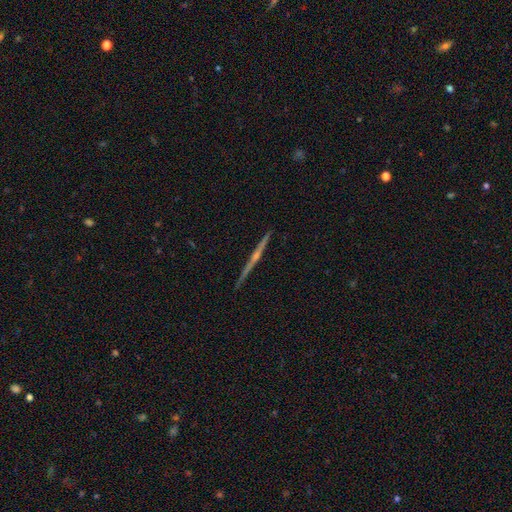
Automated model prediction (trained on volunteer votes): This appears to be a featured or disk galaxy (83%) viewed edge-on (99%) with a rounded central bulge (74%). Merging: none (92%).